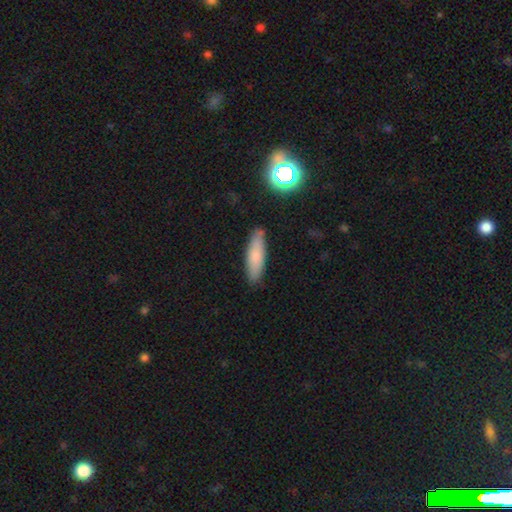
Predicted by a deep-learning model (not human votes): smooth 76%, featured or disk 16%, star or artifact 8%. Down the decision tree: how rounded — cigar-shaped (63%); merging — none (82%).